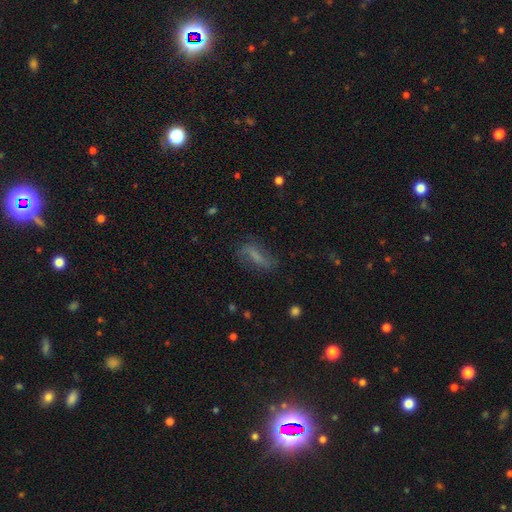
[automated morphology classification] The model was most divided on "smooth or featured": smooth: 47%, featured or disk: 39%, star or artifact: 13%. More confident: merging — none (66%).